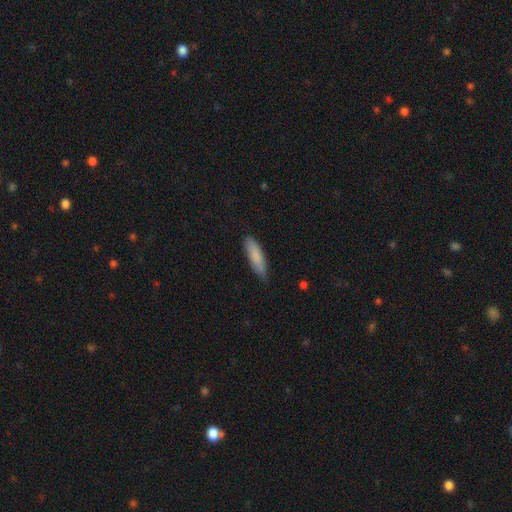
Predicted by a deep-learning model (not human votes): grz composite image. It shows a smooth galaxy with no disk features (85%) that is cigar-shaped (63%). Merging: none (81%).